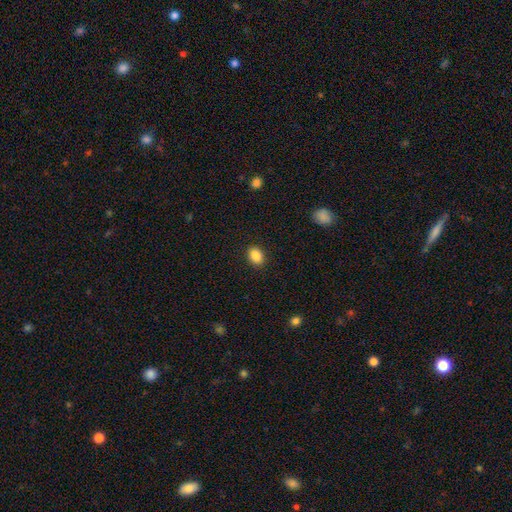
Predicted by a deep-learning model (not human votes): smooth 88%, star or artifact 9%, featured or disk 4%. Down the decision tree: how rounded — in between (70%); merging — none (89%).